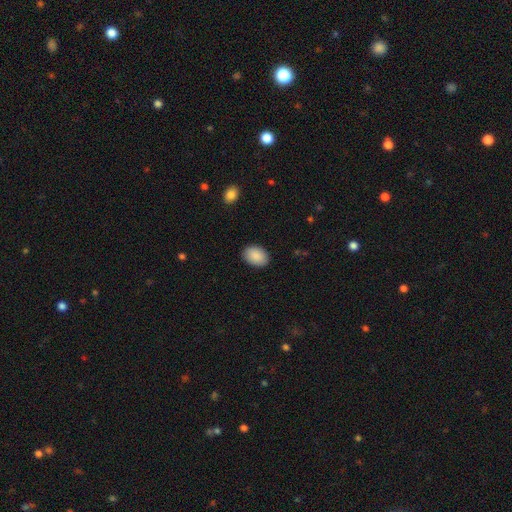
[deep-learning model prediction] Smooth or featured: smooth — 91% (star or artifact — 6%)
How rounded: in between — 85% (round — 14%)
Merging: none — 89% (minor disturbance — 8%)